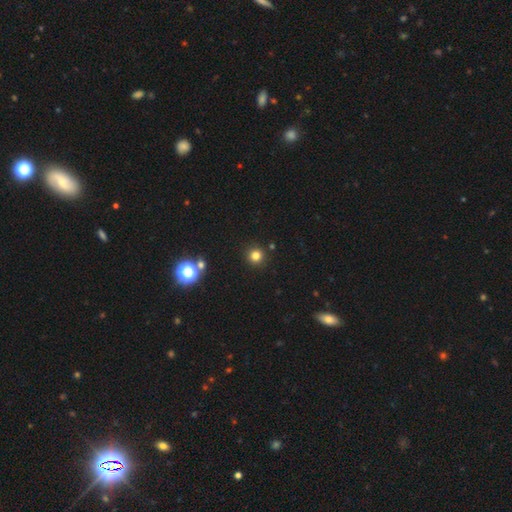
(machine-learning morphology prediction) Smooth or featured? Predicted: smooth (p=0.79). How rounded? Predicted: round (p=0.95). Merging? Predicted: none (p=0.91).